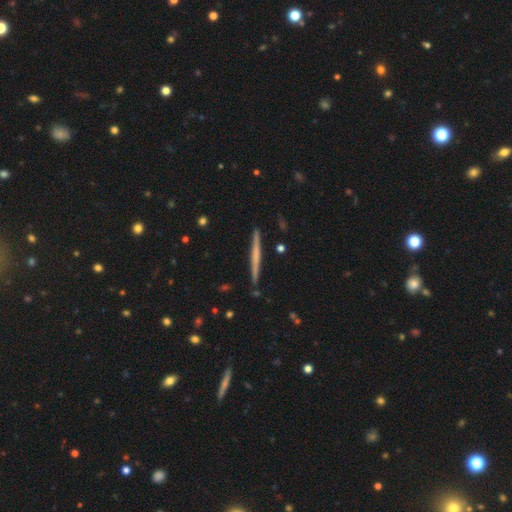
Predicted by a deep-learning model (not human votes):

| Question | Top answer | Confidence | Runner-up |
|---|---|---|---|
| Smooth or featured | featured or disk | 55% | smooth (40%) |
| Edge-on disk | yes | 98% | no (2%) |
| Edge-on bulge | none | 72% | rounded (20%) |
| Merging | none | 91% | minor disturbance (6%) |